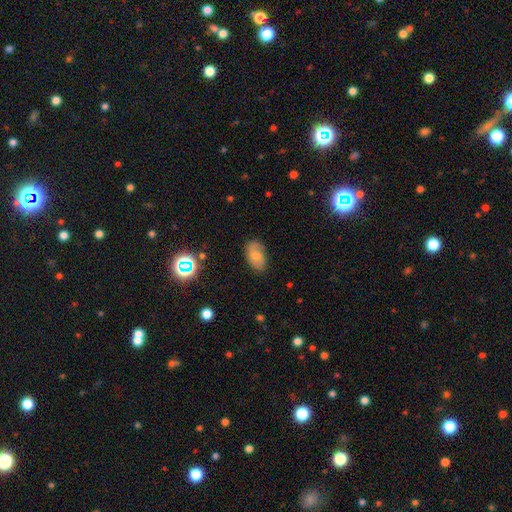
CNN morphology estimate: smooth-or-featured: smooth: 57% | featured or disk: 32% | star or artifact: 11%
  how-rounded: in between: 90% | round: 9% | cigar-shaped: 2%
  merging: none: 72% | minor disturbance: 21% | major disturbance: 5% | merger: 1%